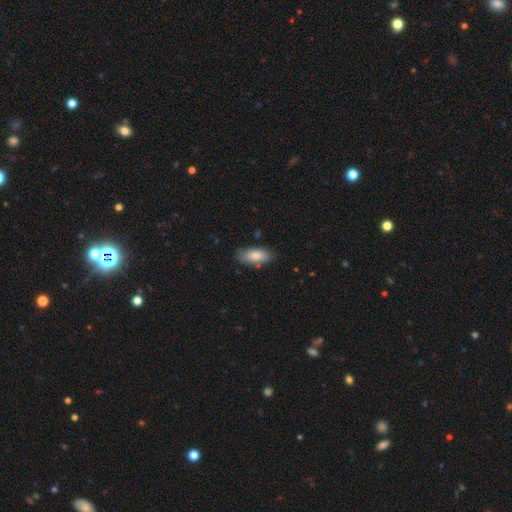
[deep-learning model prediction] The model was most divided on "merging": none: 79%, minor disturbance: 16%, major disturbance: 3%, merger: 3%. More confident: how rounded — in between (84%); smooth or featured — smooth (82%).